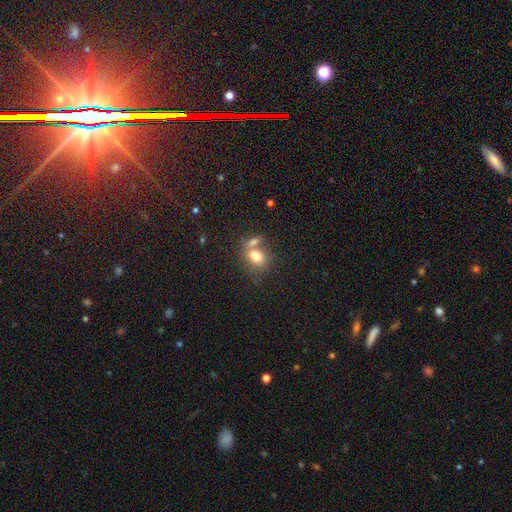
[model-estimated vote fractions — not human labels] The model was most divided on "merging": none: 44%, merger: 39%, minor disturbance: 12%, major disturbance: 5%. More confident: smooth or featured — smooth (76%); how rounded — in between (56%).